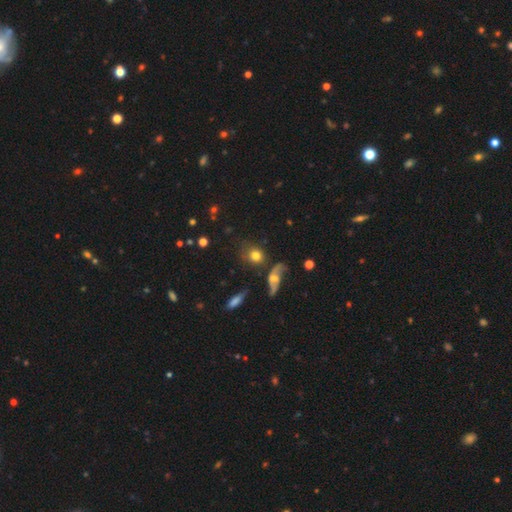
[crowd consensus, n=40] Q: Smooth or featured?
A: smooth (85%); runner-up: featured or disk (12%)
Q: How rounded?
A: round (62%); runner-up: in between (32%)
Q: Merging?
A: none (54%); runner-up: merger (18%)